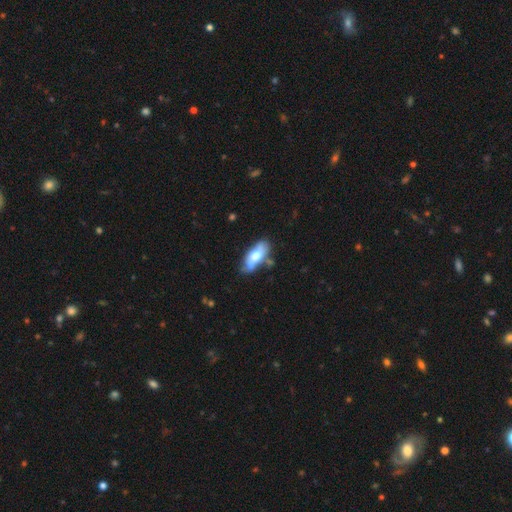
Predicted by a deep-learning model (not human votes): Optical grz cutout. It shows a smooth galaxy with no disk features (55%) that is in between round and cigar-shaped (79%). Merging: none (58%).